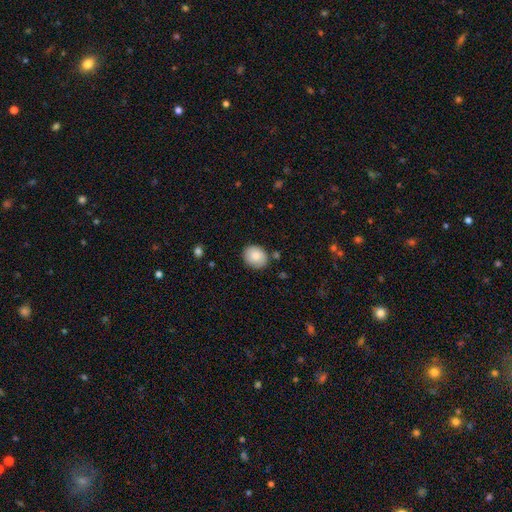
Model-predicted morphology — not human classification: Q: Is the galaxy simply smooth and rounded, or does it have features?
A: smooth — 83%.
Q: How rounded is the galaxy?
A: round — 55%.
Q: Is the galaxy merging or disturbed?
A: none — 83%.